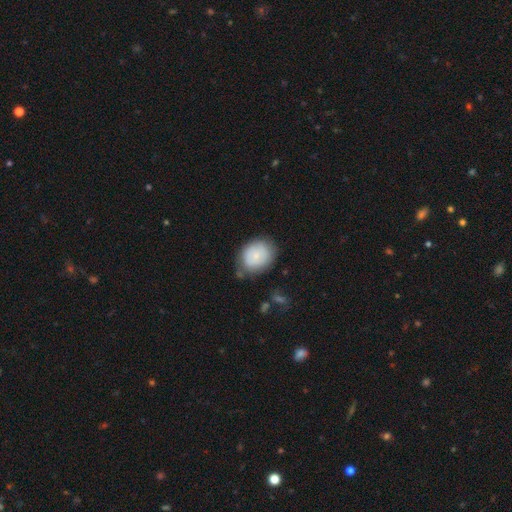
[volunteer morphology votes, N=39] smooth_or_featured: smooth (p=0.79) [alt: featured or disk p=0.18]
how_rounded: in between (p=0.68) [alt: round p=0.32]
merging: none (p=0.61) [alt: minor disturbance p=0.26]